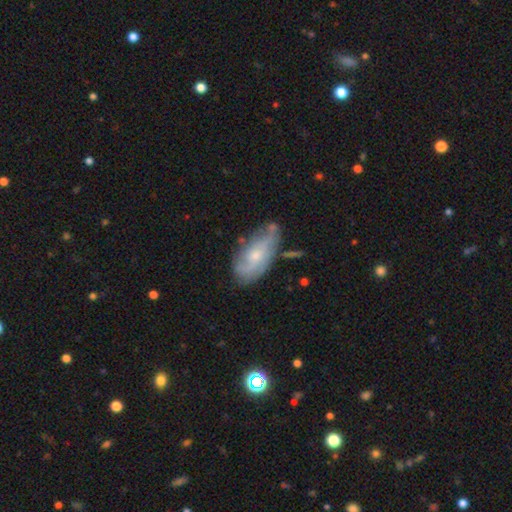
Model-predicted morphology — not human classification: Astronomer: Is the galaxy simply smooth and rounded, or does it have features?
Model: featured or disk — 60%.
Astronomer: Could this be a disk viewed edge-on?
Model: no — 89%.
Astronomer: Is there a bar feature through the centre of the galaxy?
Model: no — 74%.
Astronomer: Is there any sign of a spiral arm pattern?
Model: yes — 74%.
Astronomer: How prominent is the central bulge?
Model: small — 57% (runner-up: moderate, 38%).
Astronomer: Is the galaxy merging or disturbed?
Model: none — 58%.